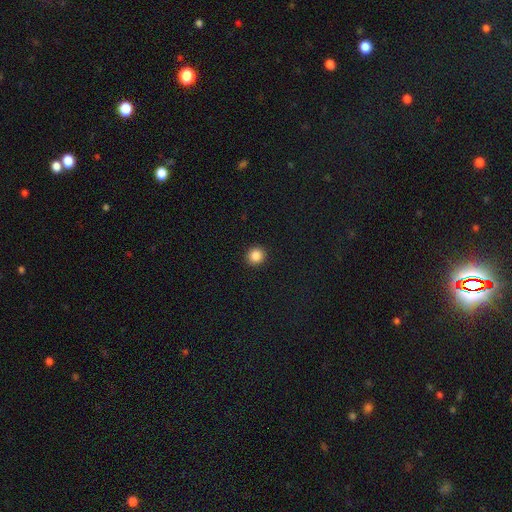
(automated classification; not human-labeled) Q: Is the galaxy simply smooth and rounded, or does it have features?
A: smooth — 86%.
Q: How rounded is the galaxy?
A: round — 92%.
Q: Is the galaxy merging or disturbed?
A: none — 93%.